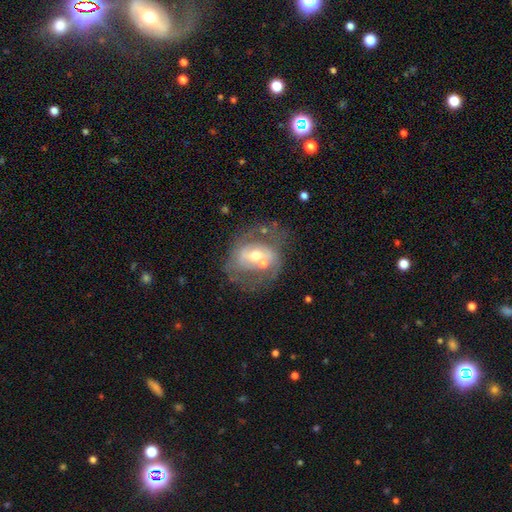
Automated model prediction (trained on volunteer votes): Smooth or featured? featured or disk (70%)
Edge-on disk? no (96%)
Bar? no (45%)
Spiral arms? yes (60%)
Bulge size? moderate (61%)
Merging? none (42%)